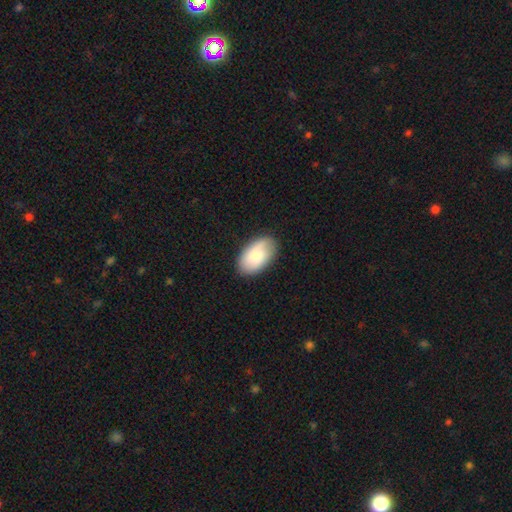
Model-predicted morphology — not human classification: Overall: smooth (77%). How rounded: in between (94%). Merging: none (82%).